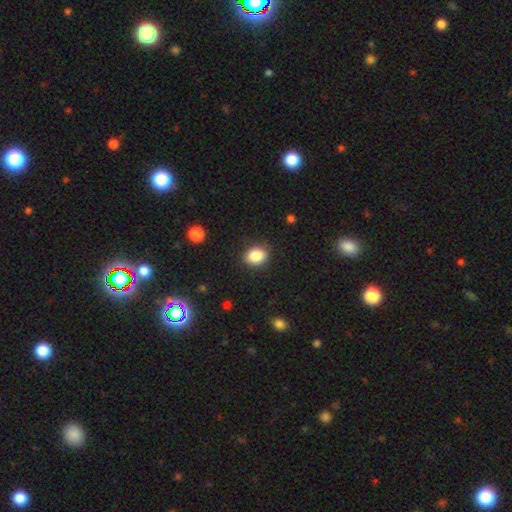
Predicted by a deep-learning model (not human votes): Smooth or featured: smooth — 86% (star or artifact — 9%)
How rounded: in between — 60% (round — 39%)
Merging: none — 86% (minor disturbance — 10%)